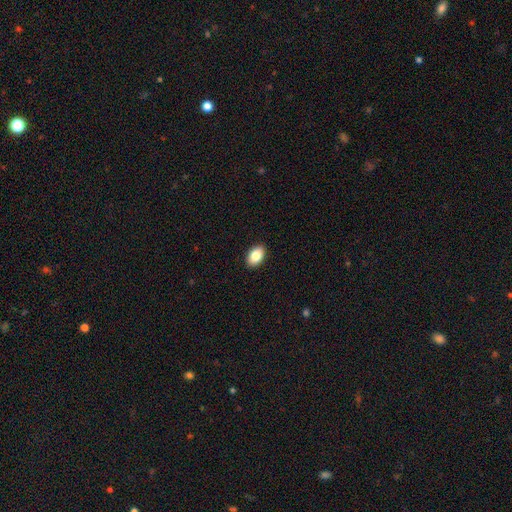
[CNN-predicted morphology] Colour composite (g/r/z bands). It shows a smooth galaxy with no disk features (85%) that is in between round and cigar-shaped (90%). Merging: none (91%).